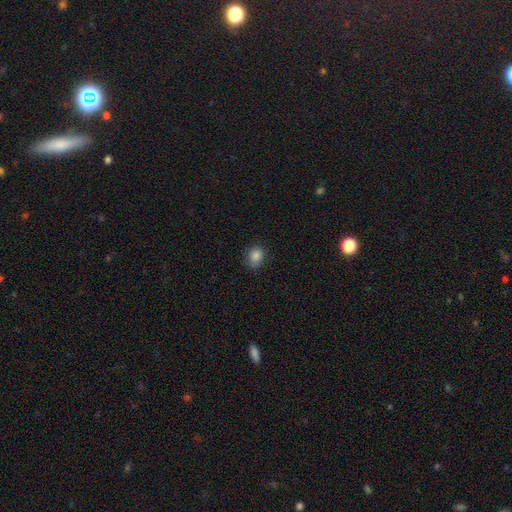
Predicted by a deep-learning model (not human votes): The model was most divided on "how rounded": in between: 52%, round: 47%, cigar-shaped: 1%. More confident: smooth or featured — smooth (85%); merging — none (78%).